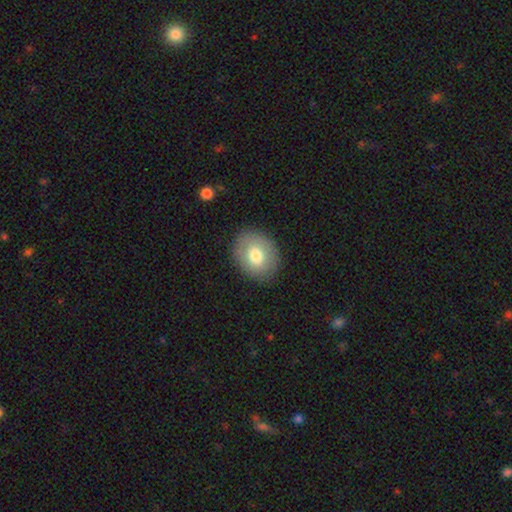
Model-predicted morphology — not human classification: This is likely a smooth galaxy (74%). How rounded: possibly in between (50%). Merging: clearly none (86%).